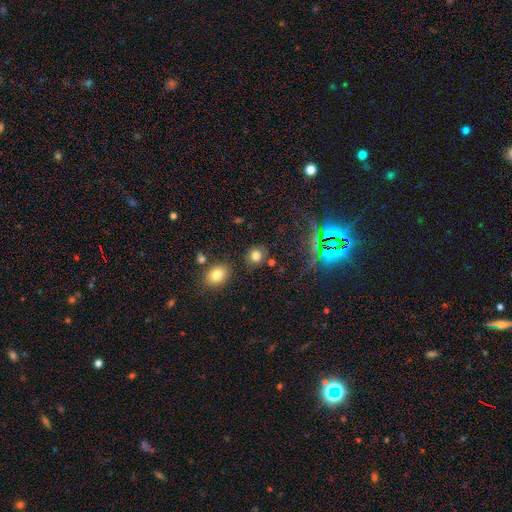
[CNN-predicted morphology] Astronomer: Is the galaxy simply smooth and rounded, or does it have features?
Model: smooth — 77%.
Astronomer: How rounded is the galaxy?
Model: round — 71%.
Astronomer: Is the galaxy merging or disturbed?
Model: none — 81%.